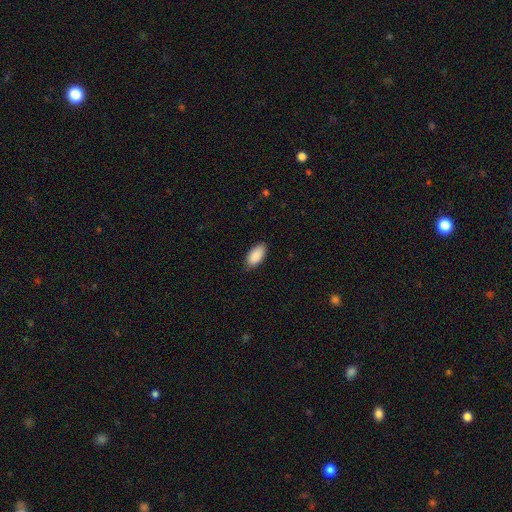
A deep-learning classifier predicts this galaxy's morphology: smooth_or_featured: smooth (p=0.90) [alt: star or artifact p=0.06]
how_rounded: in between (p=0.94) [alt: cigar-shaped p=0.04]
merging: none (p=0.85) [alt: minor disturbance p=0.12]